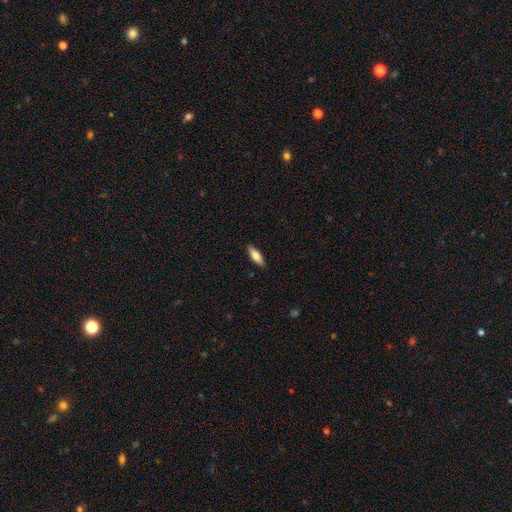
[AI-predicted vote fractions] smooth_or_featured: smooth (p=0.66) [alt: featured or disk p=0.28]
how_rounded: in between (p=0.57) [alt: cigar-shaped p=0.41]
merging: none (p=0.89) [alt: minor disturbance p=0.08]